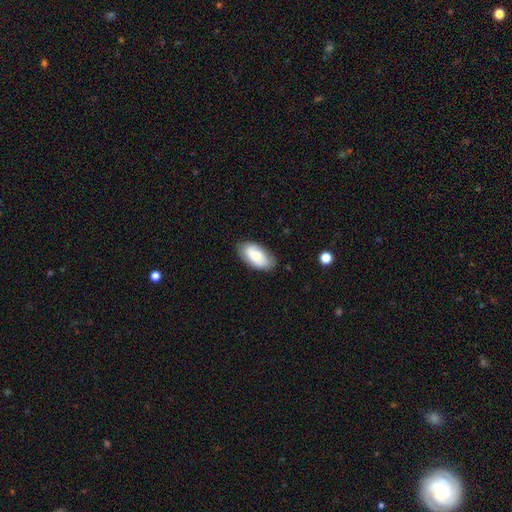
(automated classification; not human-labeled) smooth_or_featured: smooth (p=0.74) [alt: featured or disk p=0.19]
how_rounded: in between (p=0.95) [alt: cigar-shaped p=0.03]
merging: none (p=0.80) [alt: minor disturbance p=0.16]